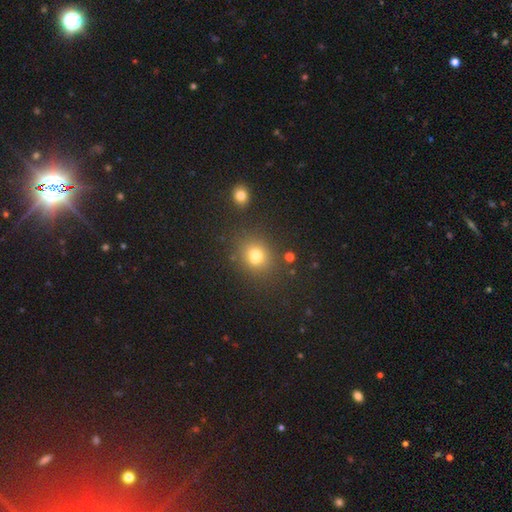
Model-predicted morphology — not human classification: Smooth or featured? smooth (75%)
How rounded? round (69%)
Merging? none (71%)